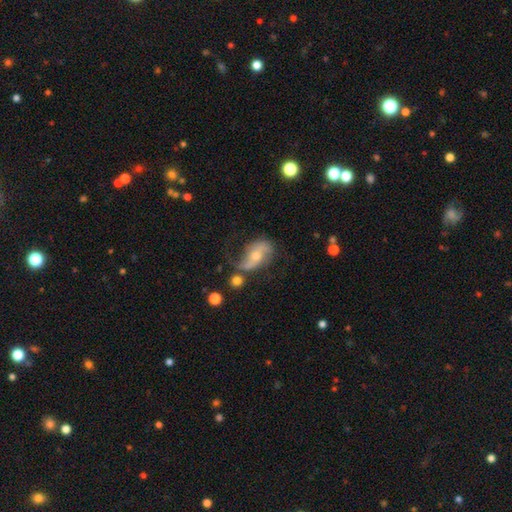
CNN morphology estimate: This is likely a featured or disk galaxy (74%). It is clearly not viewed edge-on (93%). Bar: possibly no (52%). Spiral arm pattern: clearly yes (89%). Spiral arm count: clearly 2 (84%). Spiral winding: likely loose (64%). Central bulge: possibly moderate (53%). Merging: possibly none (54%).